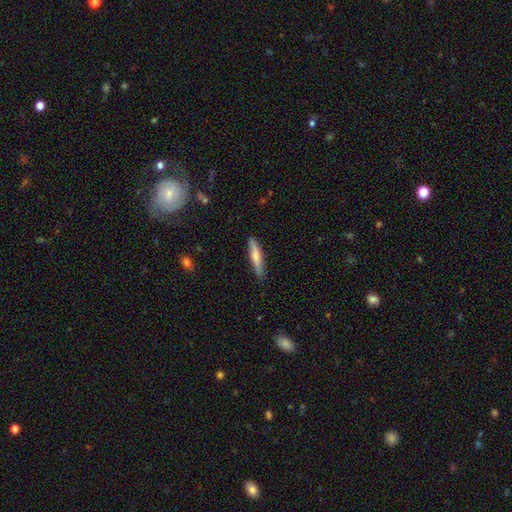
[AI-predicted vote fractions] This appears to be a smooth galaxy with no disk features (64%) that is cigar-shaped (89%). Merging: none (88%).